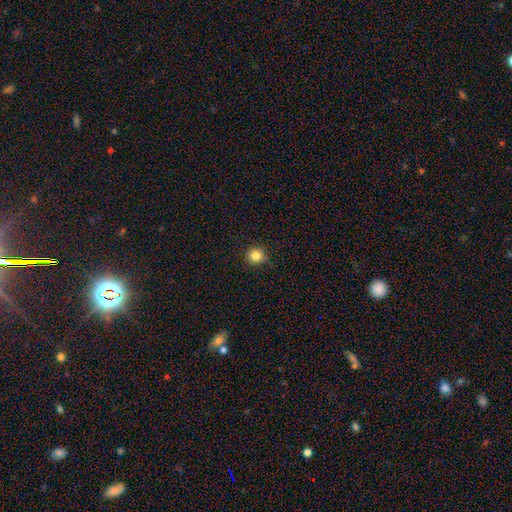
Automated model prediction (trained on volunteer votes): smooth 84%, star or artifact 12%, featured or disk 5%. Down the decision tree: how rounded — round (92%); merging — none (88%).